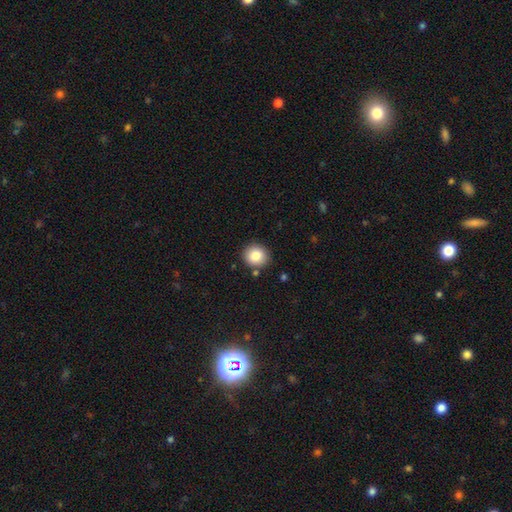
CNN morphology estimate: This appears to be a smooth galaxy with no disk features (84%) that is round (87%). Merging: none (86%).